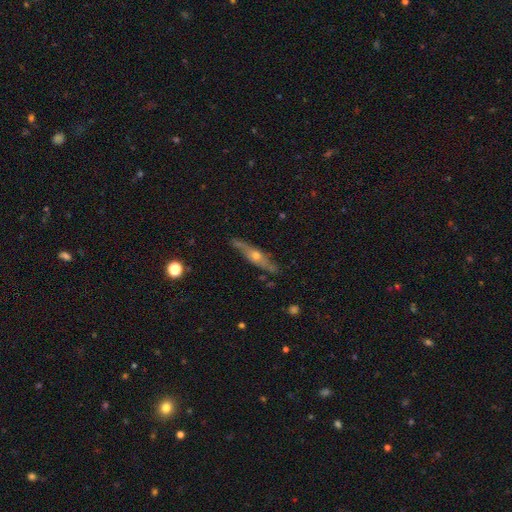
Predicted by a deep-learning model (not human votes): featured or disk 72%, smooth 21%, star or artifact 8%. Down the decision tree: edge-on disk — yes (83%); edge-on bulge — rounded (89%); merging — none (81%).